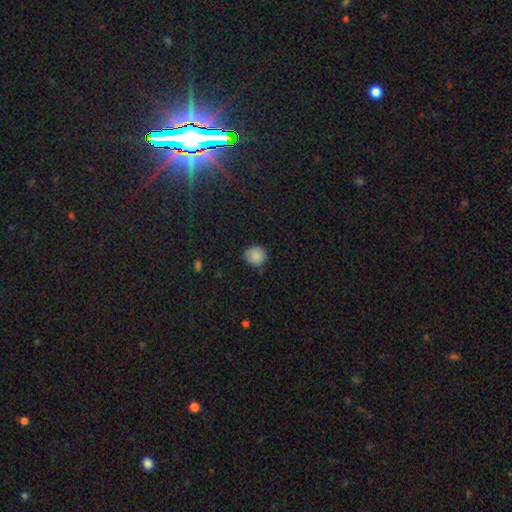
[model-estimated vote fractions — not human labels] Smooth or featured: smooth — 86% (star or artifact — 9%)
How rounded: round — 87% (in between — 12%)
Merging: none — 77% (minor disturbance — 19%)